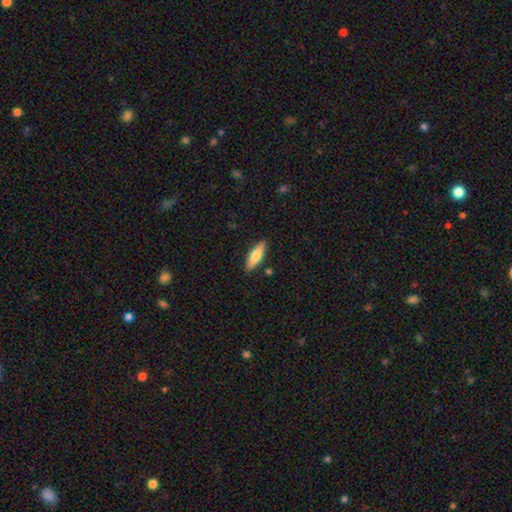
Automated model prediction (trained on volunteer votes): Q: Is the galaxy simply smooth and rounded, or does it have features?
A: smooth — 65%.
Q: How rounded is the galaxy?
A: cigar-shaped — 54%.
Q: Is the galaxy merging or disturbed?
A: none — 87%.